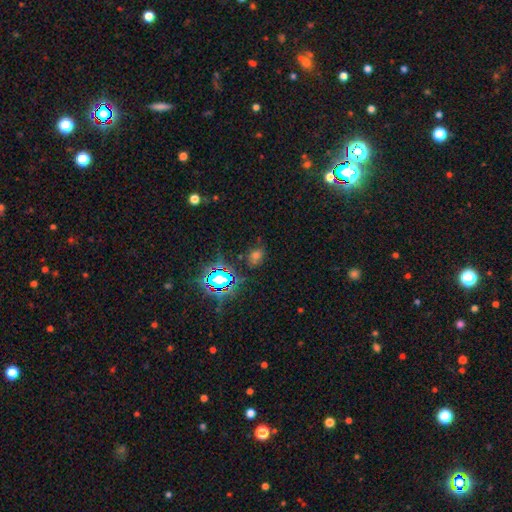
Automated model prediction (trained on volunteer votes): A star or artifact, not a galaxy (46%).